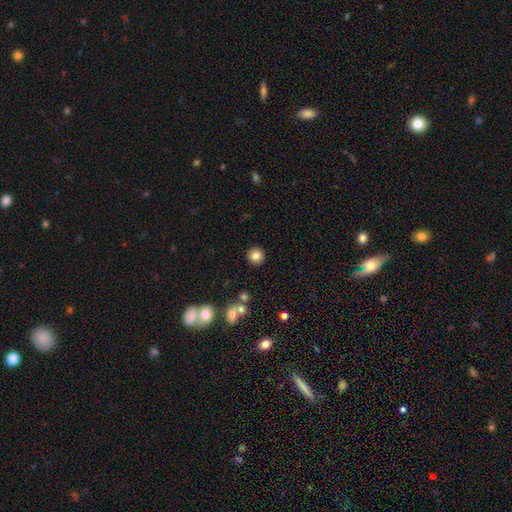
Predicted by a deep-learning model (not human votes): Smooth or featured? smooth (83%)
How rounded? round (93%)
Merging? none (90%)